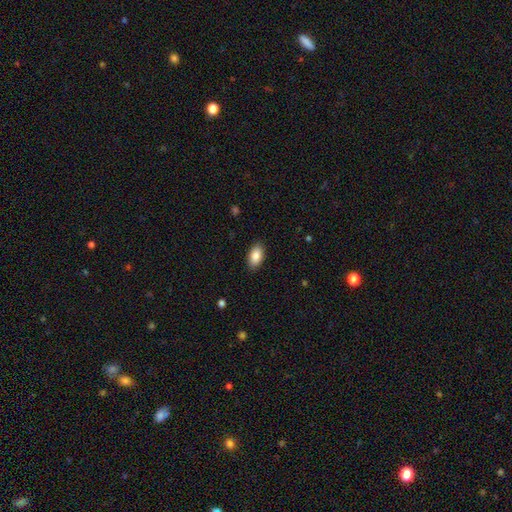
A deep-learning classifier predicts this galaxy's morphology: Q: Smooth or featured?
A: smooth (87%); runner-up: star or artifact (7%)
Q: How rounded?
A: in between (94%); runner-up: round (4%)
Q: Merging?
A: none (89%); runner-up: minor disturbance (8%)